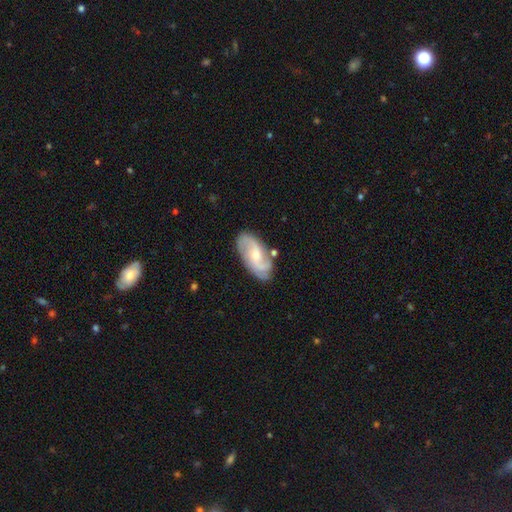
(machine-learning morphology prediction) Overall: featured or disk (75%). Edge-on disk: no (95%). Bar: no (51%; weak 41%). Spiral arms: yes (95%). Spiral arm count: 2 (48%; 3 24%). Spiral winding: medium (46%; loose 28%). Bulge size: small (53%; moderate 41%). Merging: none (75%).